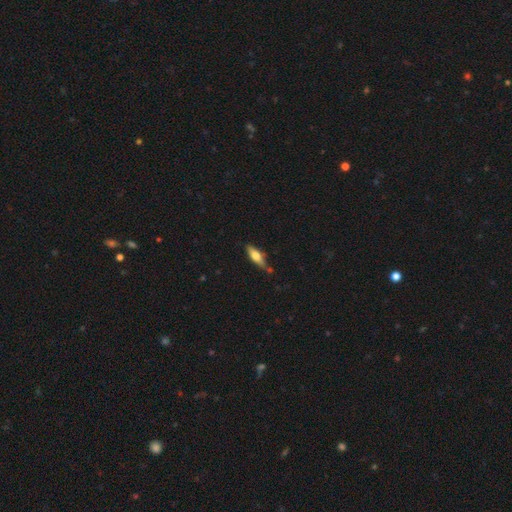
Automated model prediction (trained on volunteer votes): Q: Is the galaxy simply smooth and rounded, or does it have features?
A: smooth — 58%.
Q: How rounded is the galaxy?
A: in between — 52%.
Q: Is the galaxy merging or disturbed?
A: none — 71%.